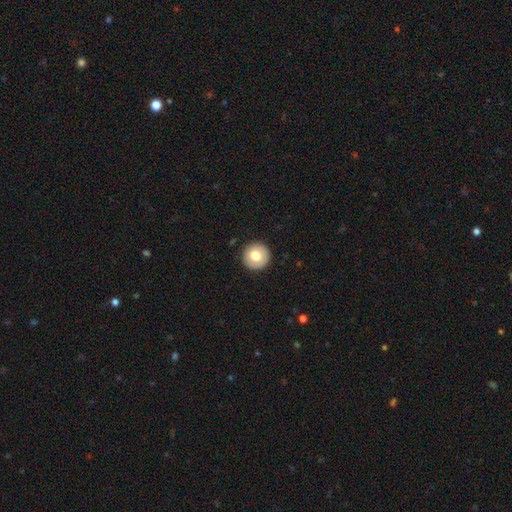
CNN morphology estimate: smooth-or-featured: smooth: 73% | featured or disk: 19% | star or artifact: 8%
  how-rounded: round: 96% | in between: 3% | cigar-shaped: 1%
  merging: none: 92% | minor disturbance: 5% | major disturbance: 2% | merger: 1%